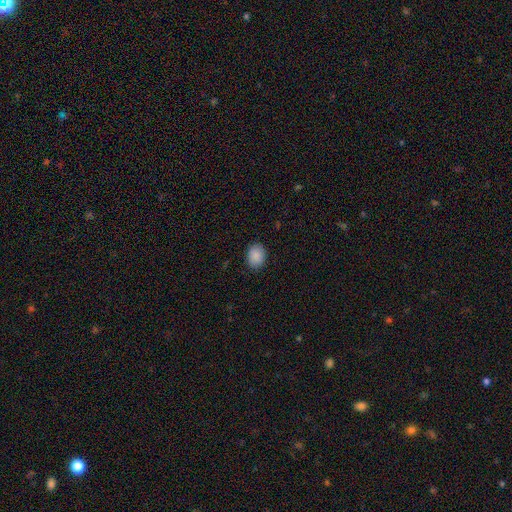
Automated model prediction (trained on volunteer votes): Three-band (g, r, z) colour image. It shows a smooth galaxy with no disk features (89%) that is in between round and cigar-shaped (61%). Merging: none (88%).